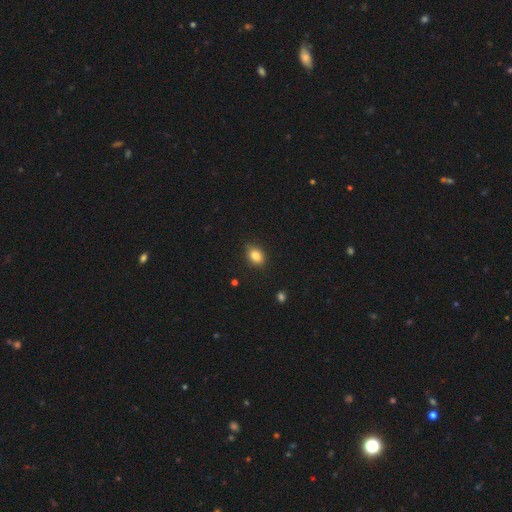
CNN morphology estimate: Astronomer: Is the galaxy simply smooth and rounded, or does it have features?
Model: smooth — 83%.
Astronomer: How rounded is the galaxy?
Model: in between — 66%.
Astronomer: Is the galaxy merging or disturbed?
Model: none — 85%.